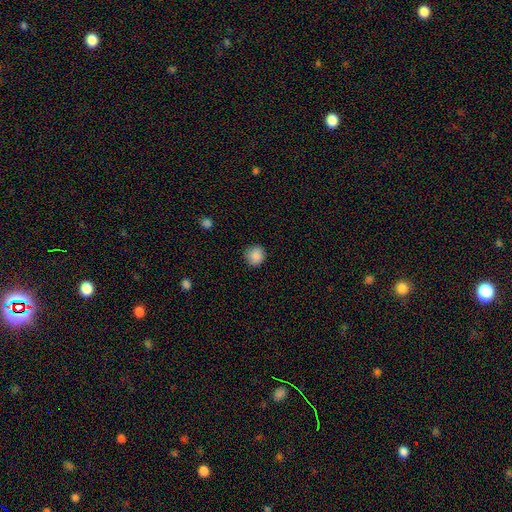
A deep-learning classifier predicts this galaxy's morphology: smooth 88%, star or artifact 9%, featured or disk 4%. Down the decision tree: how rounded — round (90%); merging — none (87%).